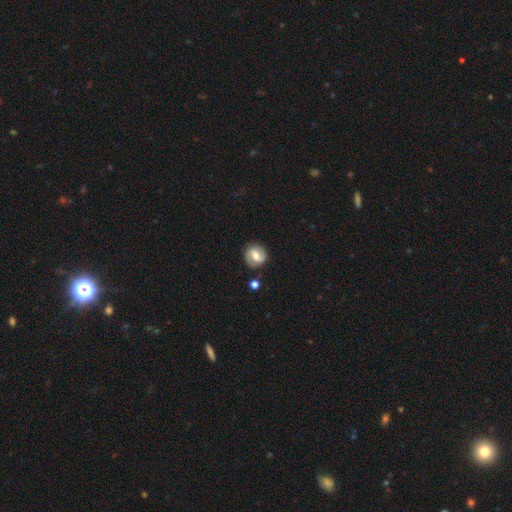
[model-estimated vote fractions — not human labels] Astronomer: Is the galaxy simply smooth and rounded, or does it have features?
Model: featured or disk — 52% (runner-up: smooth, 41%).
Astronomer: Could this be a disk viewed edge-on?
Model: no — 96%.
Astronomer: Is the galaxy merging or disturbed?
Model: none — 82%.